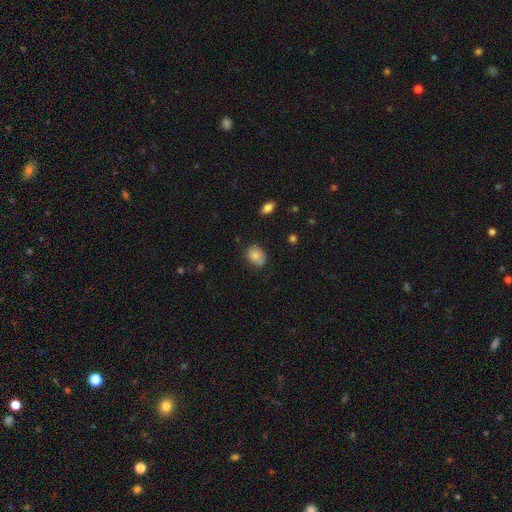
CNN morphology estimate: This appears to be a smooth galaxy with no disk features (77%) that is in between round and cigar-shaped (60%). Merging: none (66%).